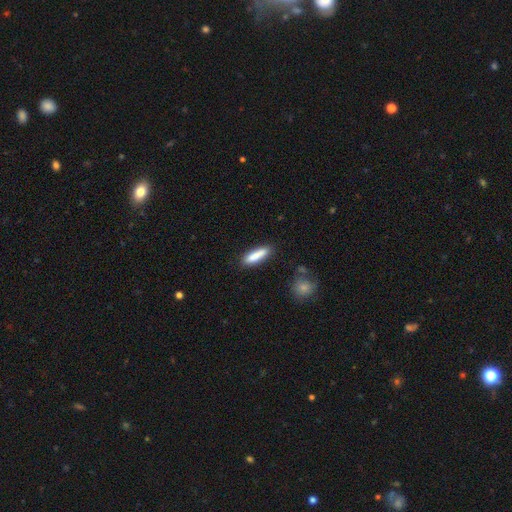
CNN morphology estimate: Smooth or featured? smooth (83%)
How rounded? cigar-shaped (70%)
Merging? none (82%)